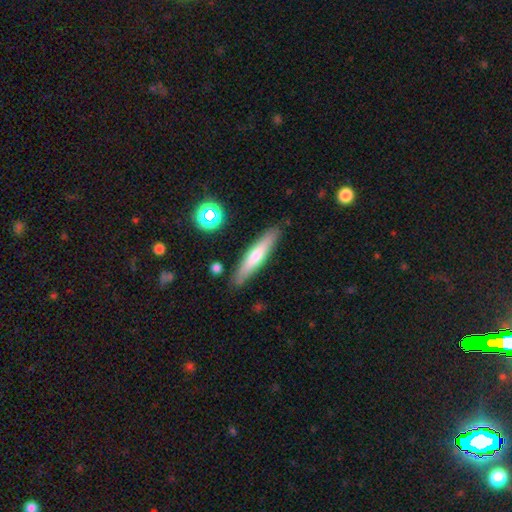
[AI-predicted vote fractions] Smooth or featured? smooth (58%)
How rounded? cigar-shaped (88%)
Merging? none (87%)